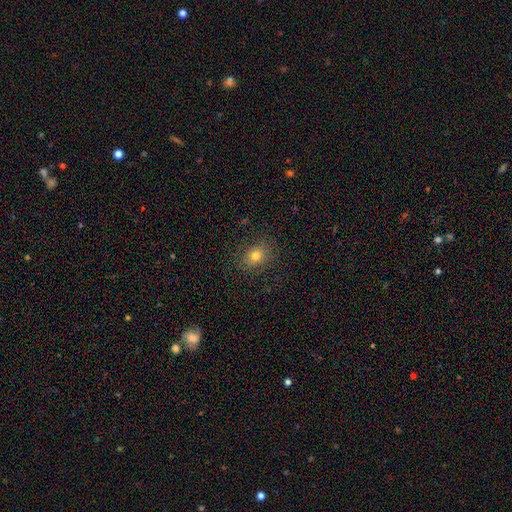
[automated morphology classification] Smooth or featured? Predicted: smooth (p=0.76). How rounded? Predicted: round (p=0.55). Merging? Predicted: none (p=0.83).